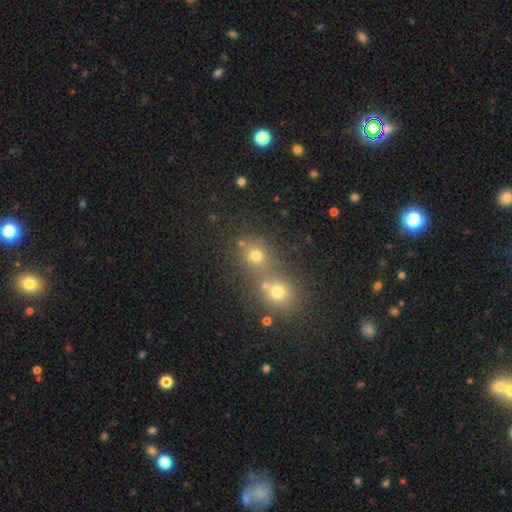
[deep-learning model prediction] A smooth galaxy with no disk features (69%) that is round (77%). Merging: merger (46%).